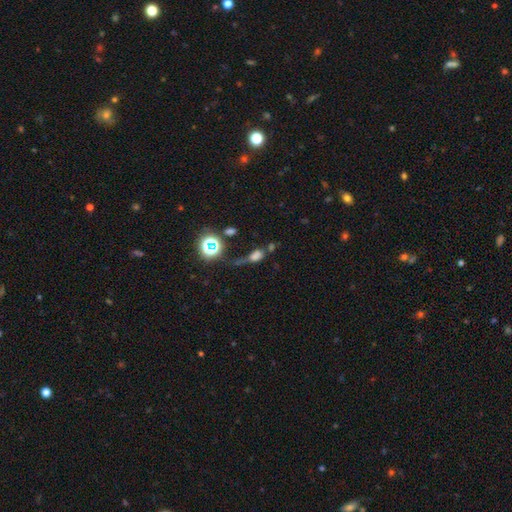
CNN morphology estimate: Smooth or featured?
  - smooth: 59% *
  - star or artifact: 25%
  - featured or disk: 16%
How rounded?
  - in between: 59% *
  - round: 31%
  - cigar-shaped: 11%
Merging?
  - none: 30% *
  - major disturbance: 29%
  - merger: 21%
  - minor disturbance: 20%